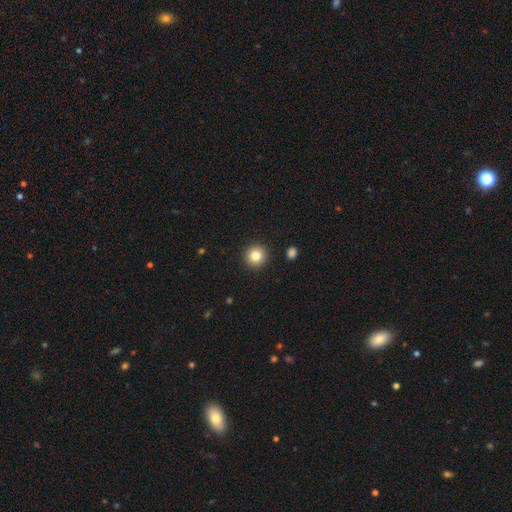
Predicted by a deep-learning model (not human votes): Smooth or featured: smooth — 83% (star or artifact — 10%)
How rounded: round — 95% (in between — 4%)
Merging: none — 92% (minor disturbance — 5%)